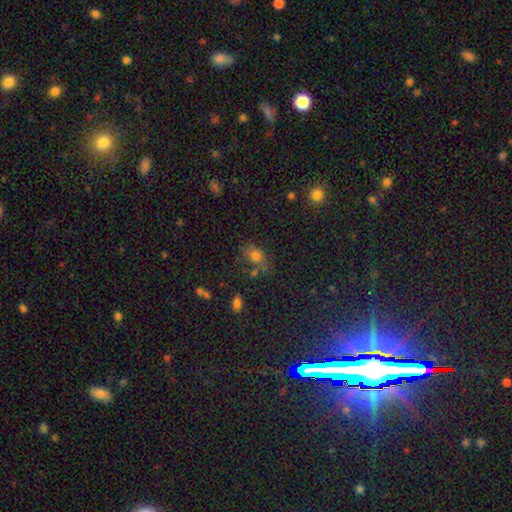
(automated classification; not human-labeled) This appears to be a smooth galaxy with no disk features (70%) that is in between round and cigar-shaped (68%). Merging: none (53%).